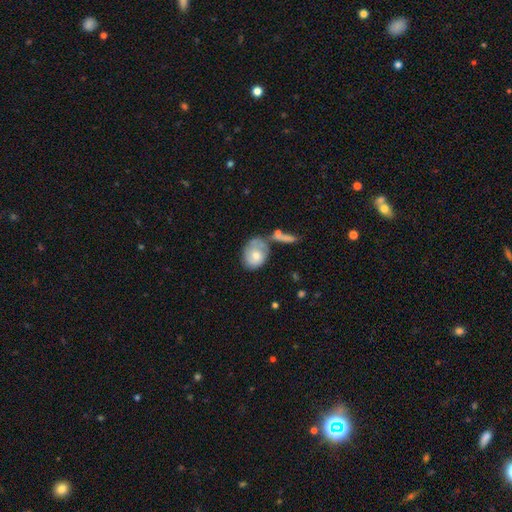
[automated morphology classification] smooth_or_featured: smooth (p=0.57) [alt: featured or disk p=0.36]
how_rounded: in between (p=0.61) [alt: round p=0.37]
merging: none (p=0.37) [alt: merger p=0.27]